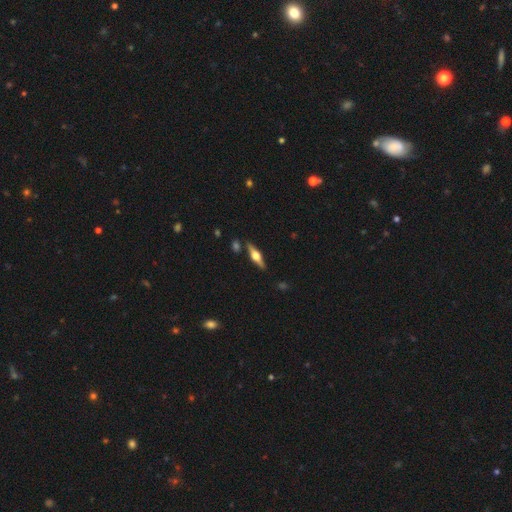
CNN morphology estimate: A featured or disk galaxy (71%) viewed edge-on (97%) with a rounded central bulge (92%).

Vote fractions:
- Smooth or featured? featured or disk: 71% / smooth: 23% / star or artifact: 6%
- Edge-on disk? yes: 97% / no: 3%
- Edge-on bulge? rounded: 92% / boxy: 6% / none: 2%
- Merging? none: 85% / minor disturbance: 9% / merger: 3% / major disturbance: 2%